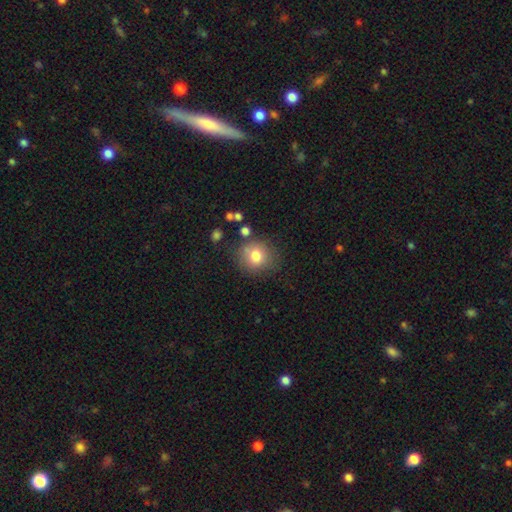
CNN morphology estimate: smooth-or-featured: smooth: 78% | star or artifact: 11% | featured or disk: 11%
  how-rounded: round: 83% | in between: 16% | cigar-shaped: 1%
  merging: none: 75% | minor disturbance: 15% | major disturbance: 5% | merger: 5%